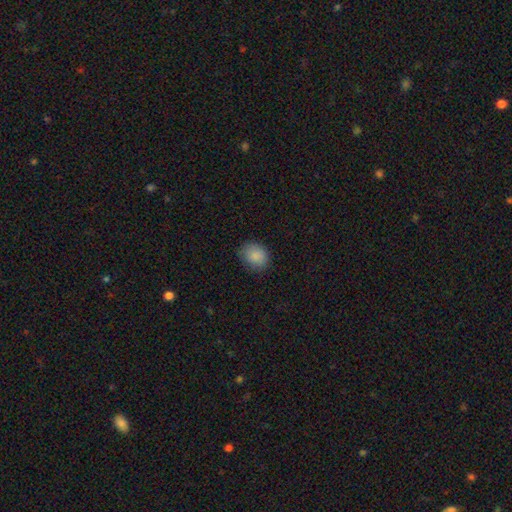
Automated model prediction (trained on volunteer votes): Overall: smooth (87%). How rounded: round (52%; in between 47%). Merging: none (80%).